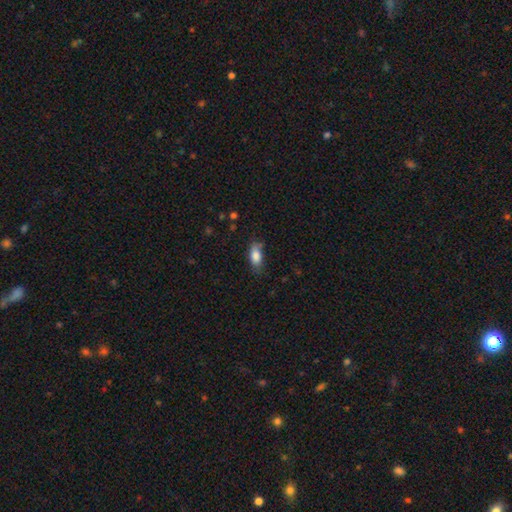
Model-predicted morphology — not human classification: smooth-or-featured: smooth: 83% | featured or disk: 9% | star or artifact: 8%
  how-rounded: in between: 83% | cigar-shaped: 13% | round: 4%
  merging: none: 65% | minor disturbance: 26% | major disturbance: 6% | merger: 2%